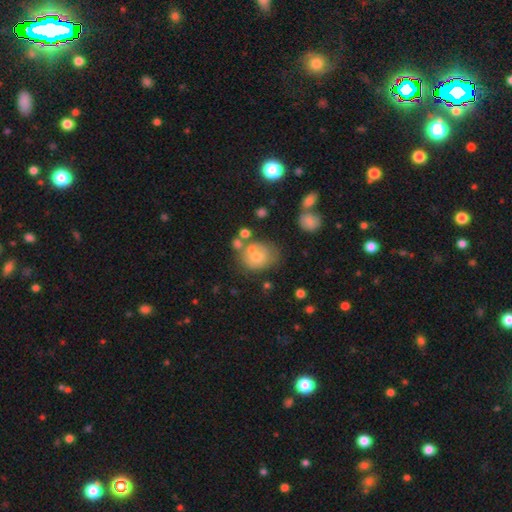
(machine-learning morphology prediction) smooth_or_featured: smooth (p=0.58) [alt: featured or disk p=0.32]
how_rounded: round (p=0.69) [alt: in between p=0.30]
merging: none (p=0.40) [alt: minor disturbance p=0.23]